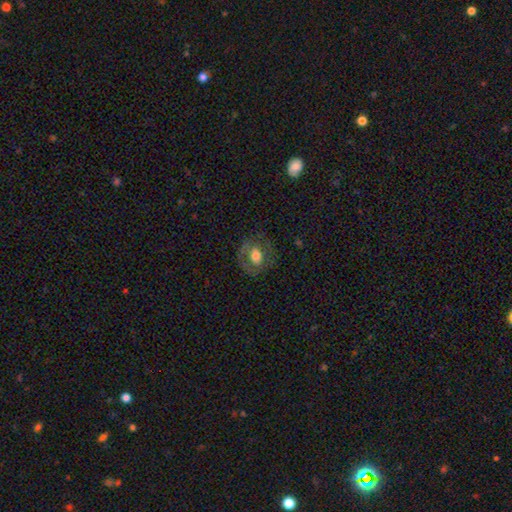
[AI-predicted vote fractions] This is possibly a smooth galaxy (54%). How rounded: possibly round (50%). Merging: likely none (69%).